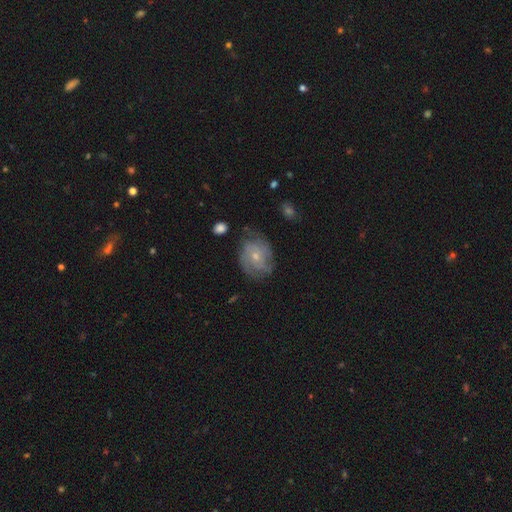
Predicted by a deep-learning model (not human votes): Smooth or featured: featured or disk — 70% (smooth — 23%)
Edge-on disk: no — 97% (yes — 3%)
Bar: no — 74% (weak — 23%)
Spiral arms: yes — 87% (no — 13%)
Spiral winding: tight — 48% (medium — 37%)
Spiral arm count: can't tell — 35% (2 — 28%)
Bulge size: small — 63% (moderate — 32%)
Merging: none — 62% (minor disturbance — 25%)